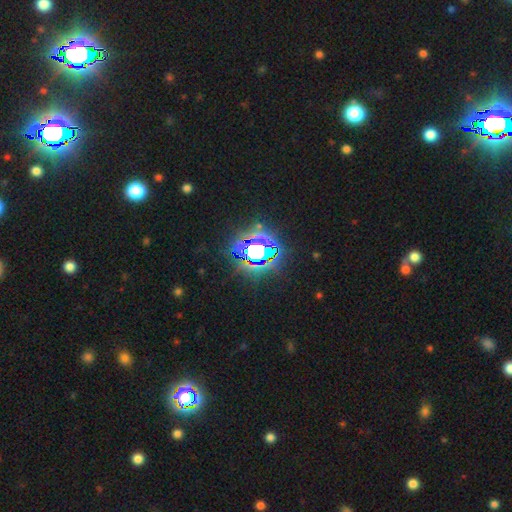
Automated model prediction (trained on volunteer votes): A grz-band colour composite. It shows a star or artifact, not a galaxy (80%).